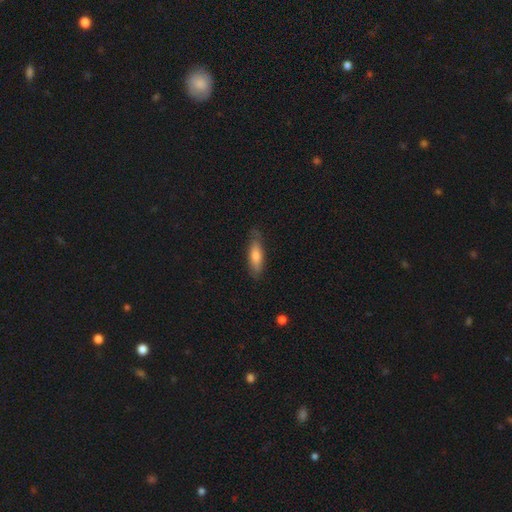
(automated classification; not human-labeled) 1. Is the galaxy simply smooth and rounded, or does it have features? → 68% smooth, 25% featured or disk, 7% star or artifact.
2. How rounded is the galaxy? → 58% cigar-shaped, 40% in between, 2% round.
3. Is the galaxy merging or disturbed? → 78% none, 17% minor disturbance, 3% major disturbance, 1% merger.